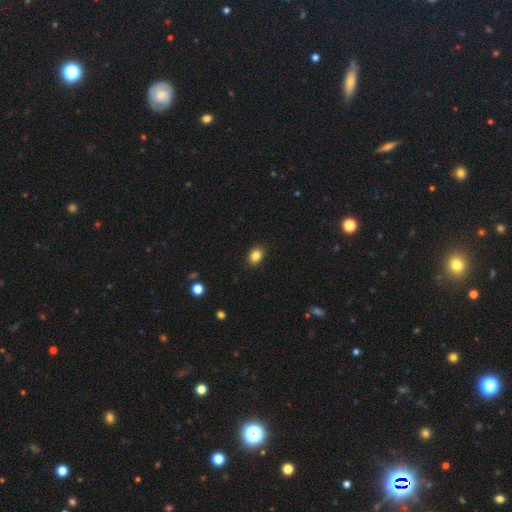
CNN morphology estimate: The model was most divided on "how rounded": in between: 66%, round: 33%, cigar-shaped: 1%. More confident: merging — none (88%); smooth or featured — smooth (85%).